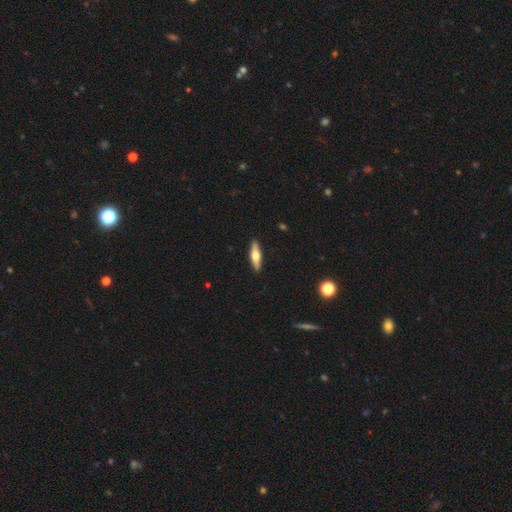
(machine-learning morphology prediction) smooth-or-featured: featured or disk: 48% | smooth: 46% | star or artifact: 5%
  merging: none: 91% | minor disturbance: 6% | major disturbance: 1% | merger: 1%